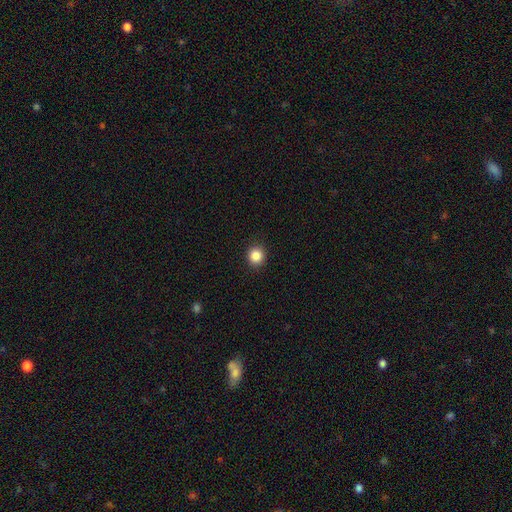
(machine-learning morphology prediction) The model was most divided on "smooth or featured": smooth: 86%, star or artifact: 10%, featured or disk: 4%. More confident: merging — none (92%); how rounded — round (91%).